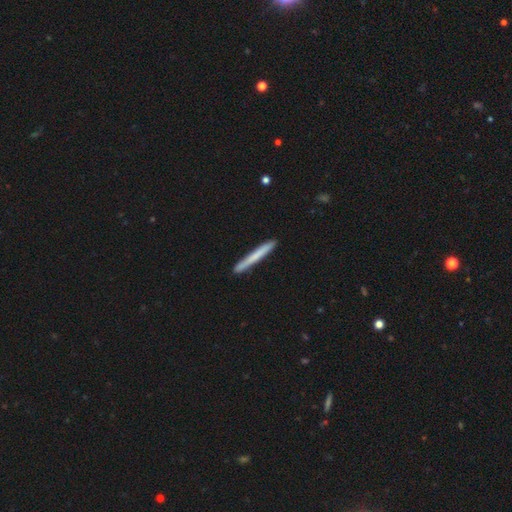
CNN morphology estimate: Q: Smooth or featured?
A: smooth (68%); runner-up: featured or disk (26%)
Q: How rounded?
A: cigar-shaped (97%); runner-up: in between (2%)
Q: Merging?
A: none (90%); runner-up: minor disturbance (7%)